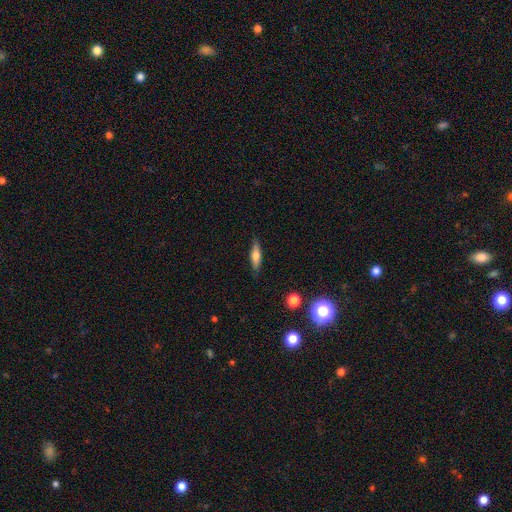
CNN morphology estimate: This is possibly a smooth galaxy (59%). How rounded: likely cigar-shaped (66%). Merging: clearly none (86%).